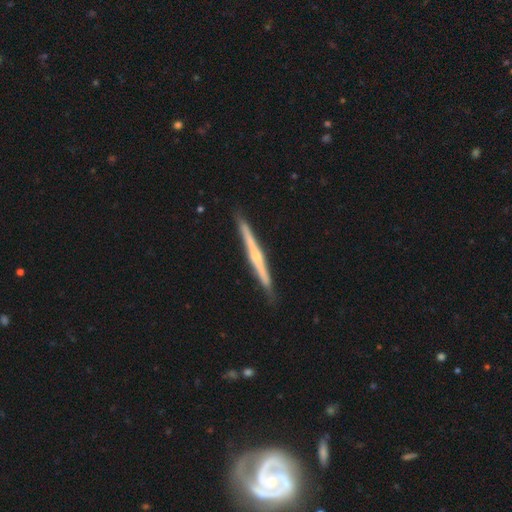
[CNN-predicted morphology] Smooth or featured?
  - featured or disk: 73% *
  - smooth: 21%
  - star or artifact: 6%
Edge-on disk?
  - yes: 98% *
  - no: 2%
Edge-on bulge?
  - rounded: 56% *
  - none: 36%
  - boxy: 8%
Merging?
  - none: 89% *
  - minor disturbance: 8%
  - merger: 1%
  - major disturbance: 1%